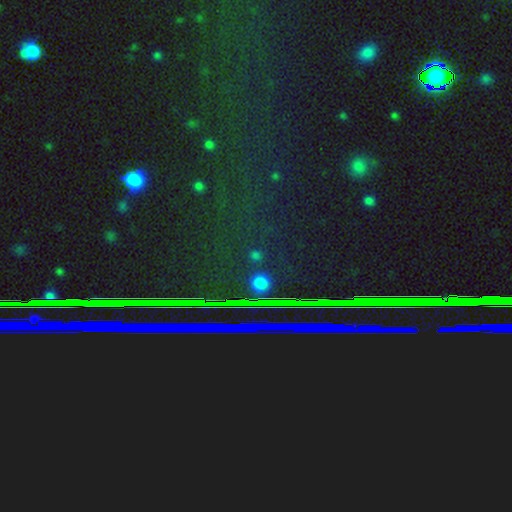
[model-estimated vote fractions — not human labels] This is likely a star or artifact rather than a galaxy (79%).